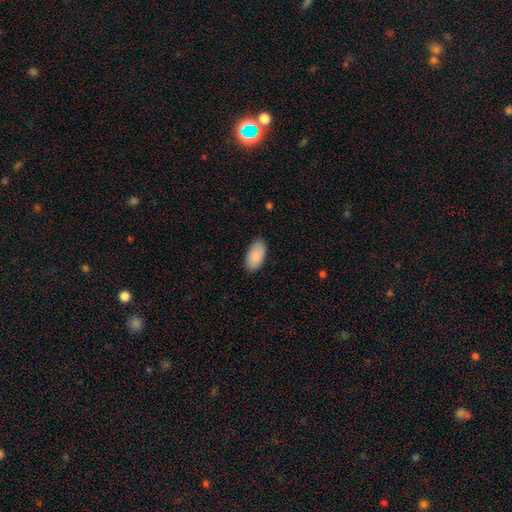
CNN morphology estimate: Smooth or featured: smooth — 89% (star or artifact — 6%)
How rounded: in between — 96% (round — 2%)
Merging: none — 87% (minor disturbance — 10%)